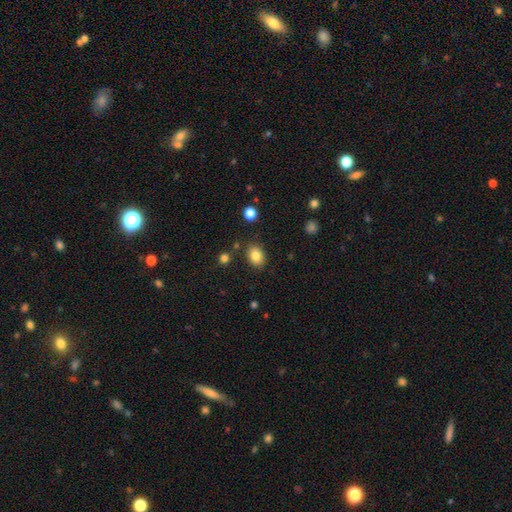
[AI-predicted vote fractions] Smooth or featured? smooth (84%)
How rounded? in between (67%)
Merging? none (84%)